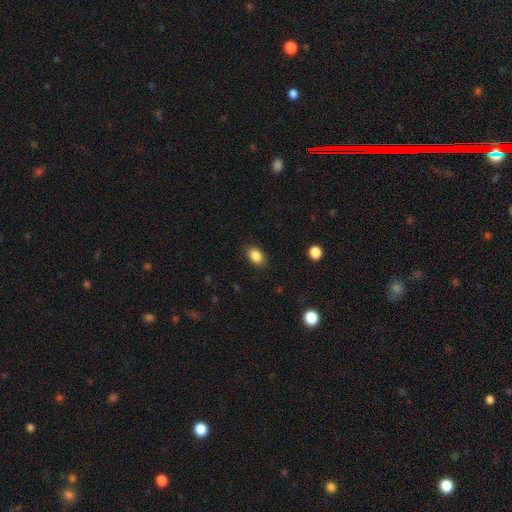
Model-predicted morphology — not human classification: smooth-or-featured: smooth: 87% | star or artifact: 9% | featured or disk: 4%
  how-rounded: in between: 82% | round: 16% | cigar-shaped: 1%
  merging: none: 86% | minor disturbance: 10% | major disturbance: 3% | merger: 1%